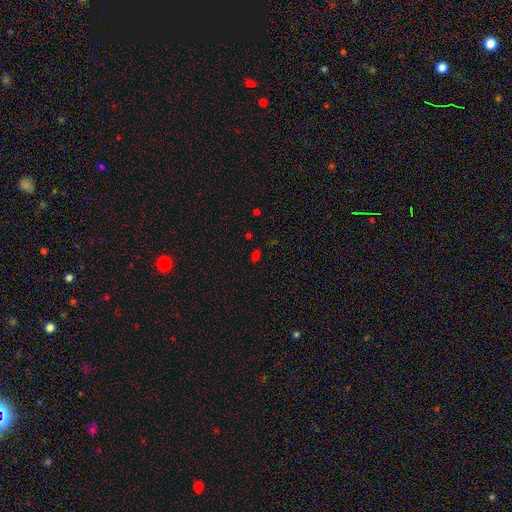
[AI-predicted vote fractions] Smooth or featured?
  - smooth: 61% *
  - star or artifact: 33%
  - featured or disk: 6%
How rounded?
  - in between: 84% *
  - round: 12%
  - cigar-shaped: 4%
Merging?
  - none: 78% *
  - minor disturbance: 14%
  - major disturbance: 5%
  - merger: 4%